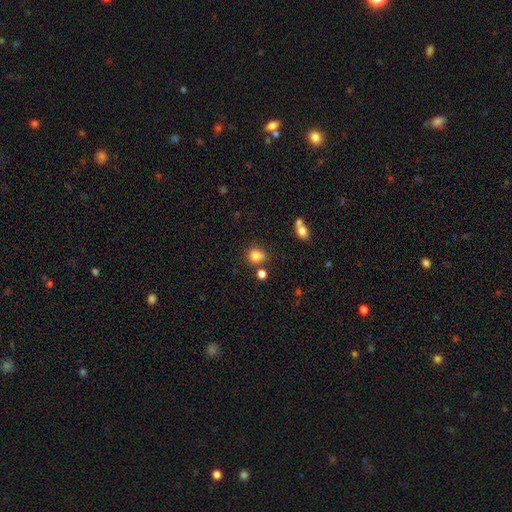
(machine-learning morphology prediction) Smooth or featured? Predicted: smooth (p=0.81). How rounded? Predicted: round (p=0.71). Merging? Predicted: none (p=0.62).